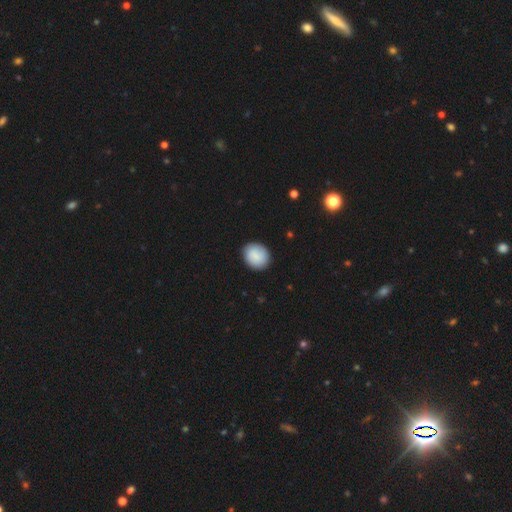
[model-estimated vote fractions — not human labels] This is clearly a smooth galaxy (87%). How rounded: likely round (66%). Merging: clearly none (89%).